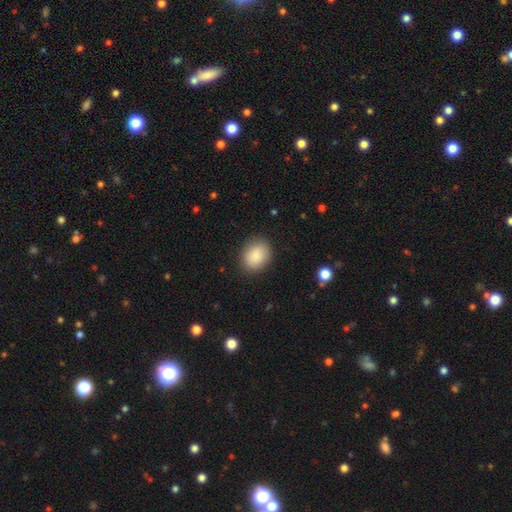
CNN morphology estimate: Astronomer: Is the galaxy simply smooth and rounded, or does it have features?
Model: smooth — 88%.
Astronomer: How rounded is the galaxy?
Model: in between — 51% (runner-up: round, 48%).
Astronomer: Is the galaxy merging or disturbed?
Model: none — 87%.